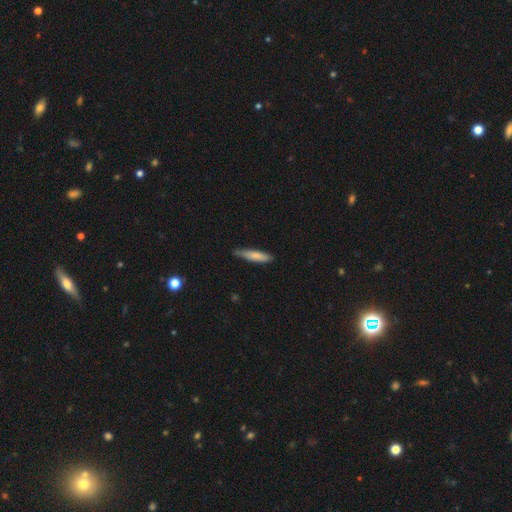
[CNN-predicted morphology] Smooth or featured? Predicted: smooth (p=0.77). How rounded? Predicted: cigar-shaped (p=0.82). Merging? Predicted: none (p=0.72).